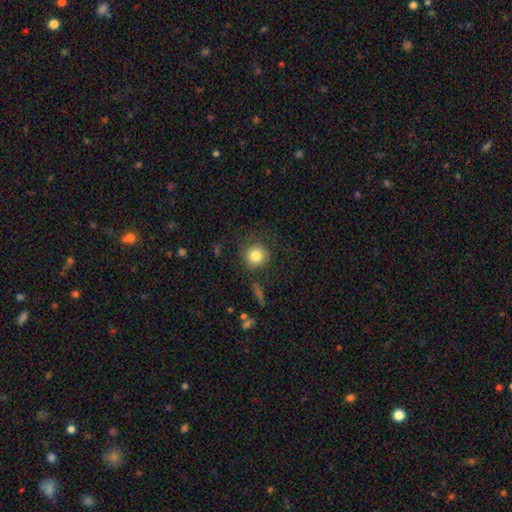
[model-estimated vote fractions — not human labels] Q: Smooth or featured?
A: smooth (82%); runner-up: star or artifact (10%)
Q: How rounded?
A: round (93%); runner-up: in between (6%)
Q: Merging?
A: none (78%); runner-up: minor disturbance (12%)